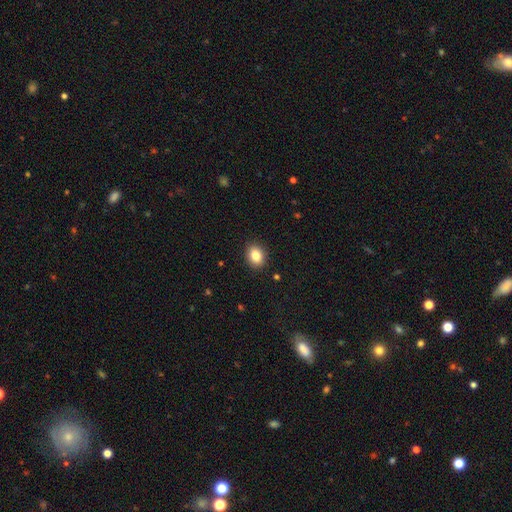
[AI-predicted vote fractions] smooth_or_featured: smooth (p=0.84) [alt: star or artifact p=0.09]
how_rounded: in between (p=0.59) [alt: round p=0.40]
merging: none (p=0.90) [alt: minor disturbance p=0.07]